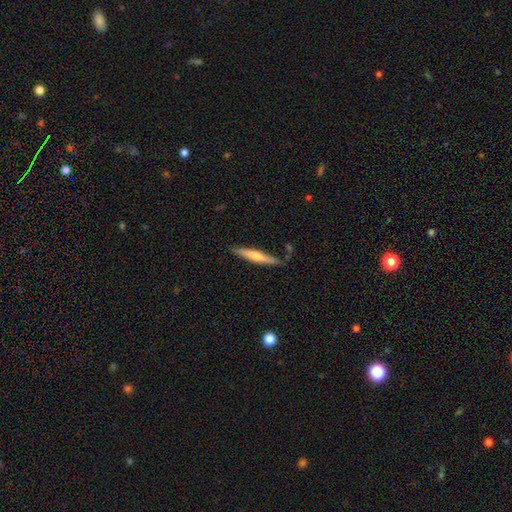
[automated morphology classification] The model was most divided on "smooth or featured": smooth: 61%, featured or disk: 33%, star or artifact: 5%. More confident: how rounded — cigar-shaped (92%); merging — none (80%).